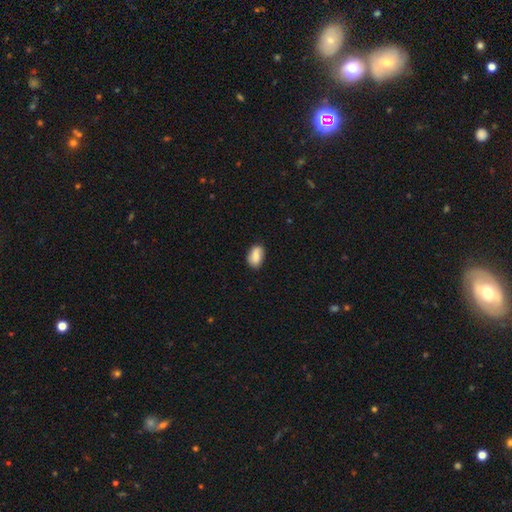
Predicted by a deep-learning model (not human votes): Smooth or featured?
  - smooth: 78% *
  - featured or disk: 14%
  - star or artifact: 8%
How rounded?
  - in between: 87% *
  - round: 11%
  - cigar-shaped: 2%
Merging?
  - none: 77% *
  - minor disturbance: 17%
  - major disturbance: 3%
  - merger: 2%